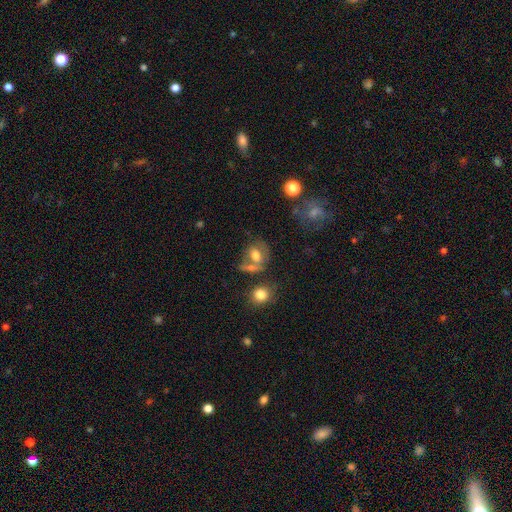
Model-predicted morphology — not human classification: Overall: smooth (63%; featured or disk 25%). How rounded: in between (51%; round 47%). Merging: none (37%; merger 36%).